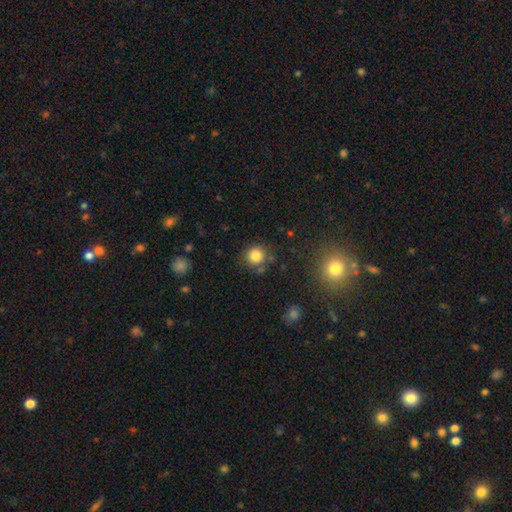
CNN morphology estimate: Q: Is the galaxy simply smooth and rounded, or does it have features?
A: smooth — 83%.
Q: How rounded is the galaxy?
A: round — 90%.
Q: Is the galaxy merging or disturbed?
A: none — 78%.